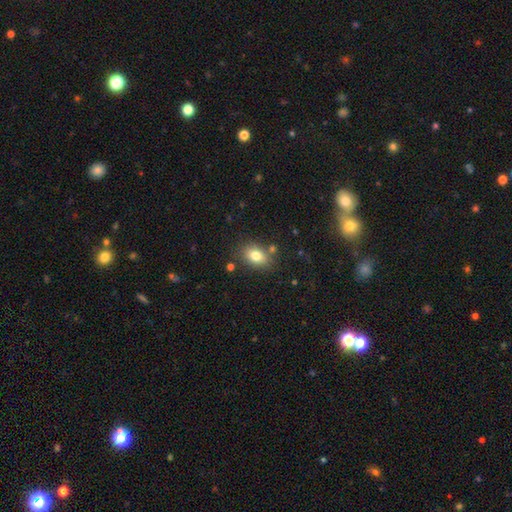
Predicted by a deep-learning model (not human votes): Overall: smooth (79%). How rounded: in between (78%). Merging: none (78%).